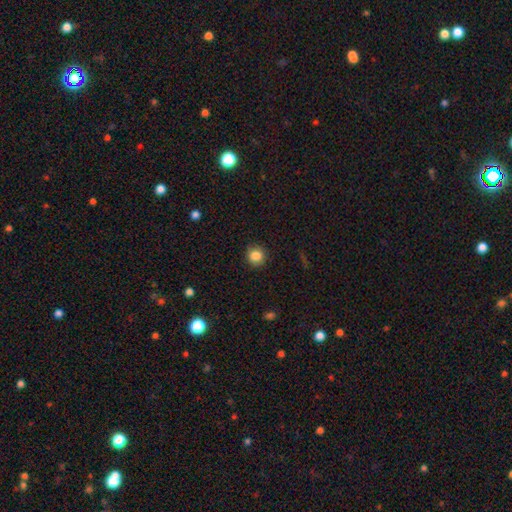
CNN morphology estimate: smooth_or_featured: smooth (p=0.85) [alt: star or artifact p=0.10]
how_rounded: round (p=0.89) [alt: in between p=0.10]
merging: none (p=0.87) [alt: minor disturbance p=0.09]